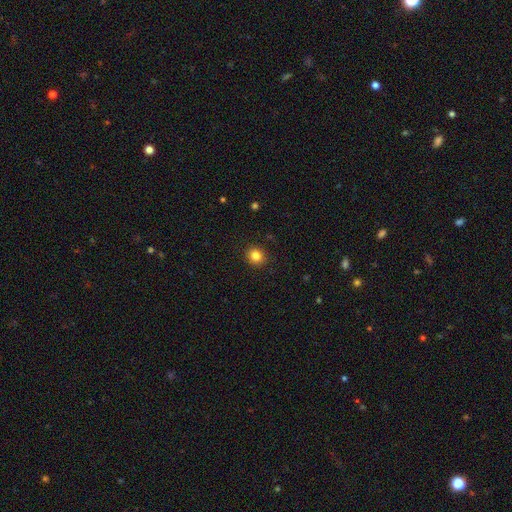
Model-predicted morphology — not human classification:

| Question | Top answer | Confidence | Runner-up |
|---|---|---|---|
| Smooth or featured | smooth | 84% | star or artifact (11%) |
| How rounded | round | 82% | in between (17%) |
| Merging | none | 91% | minor disturbance (6%) |